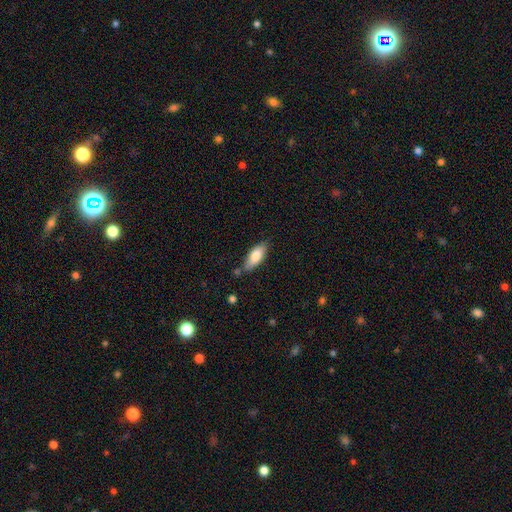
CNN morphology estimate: smooth_or_featured: smooth (p=0.81) [alt: featured or disk p=0.13]
how_rounded: in between (p=0.76) [alt: cigar-shaped p=0.22]
merging: none (p=0.72) [alt: minor disturbance p=0.19]